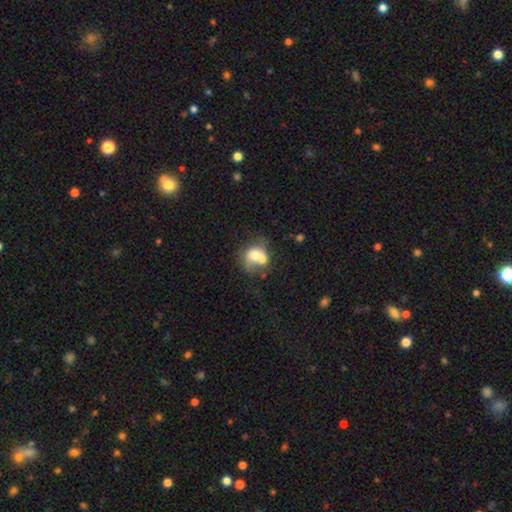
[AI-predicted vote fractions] Smooth or featured?
  - smooth: 63% *
  - featured or disk: 28%
  - star or artifact: 9%
How rounded?
  - round: 60% *
  - in between: 39%
  - cigar-shaped: 1%
Merging?
  - merger: 51% *
  - none: 25%
  - minor disturbance: 13%
  - major disturbance: 10%